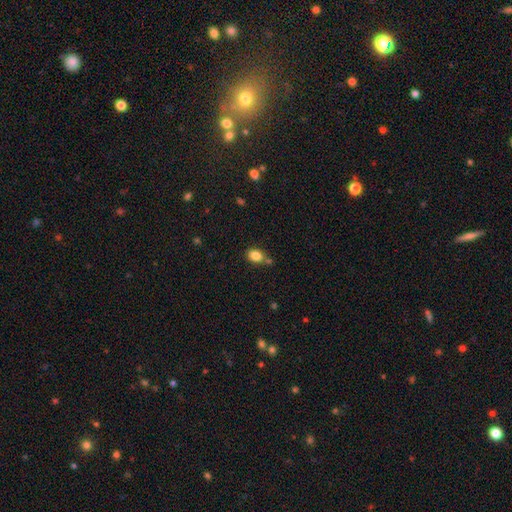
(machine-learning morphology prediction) smooth 83%, star or artifact 10%, featured or disk 6%. Down the decision tree: how rounded — in between (57%); merging — none (67%).